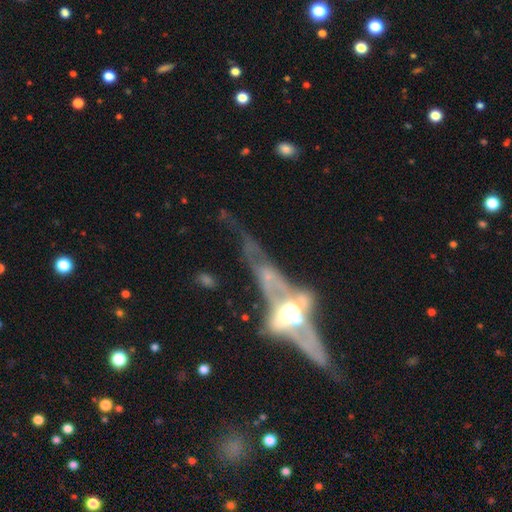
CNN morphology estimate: Smooth or featured: featured or disk — 74% (star or artifact — 14%)
Edge-on disk: yes — 68% (no — 32%)
Edge-on bulge: rounded — 82% (boxy — 13%)
Merging: merger — 32% (none — 28%)